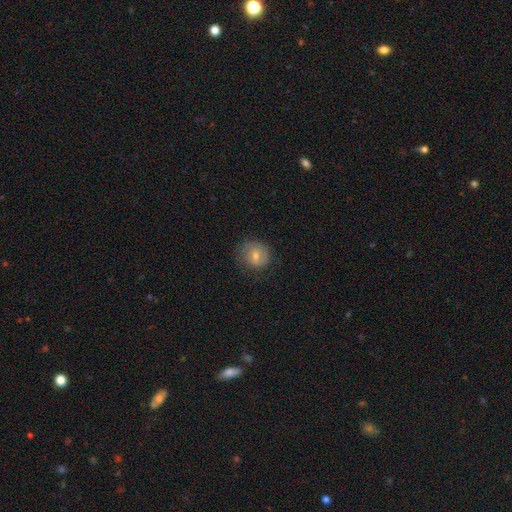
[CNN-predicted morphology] Smooth or featured? smooth (62%)
How rounded? round (81%)
Merging? none (78%)